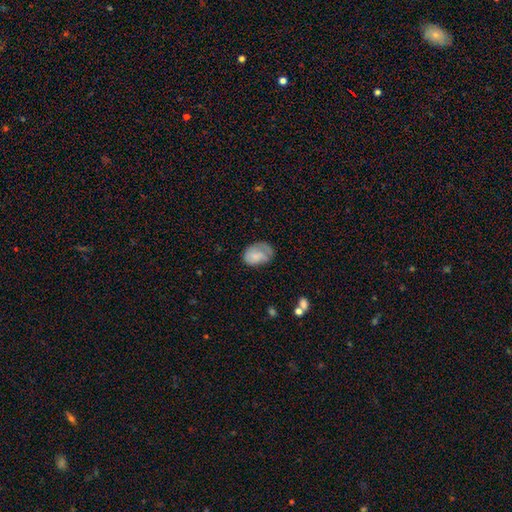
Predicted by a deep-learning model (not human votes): A smooth galaxy with no disk features (69%) that is in between round and cigar-shaped (79%). Merging: minor disturbance (36%, tied with none).